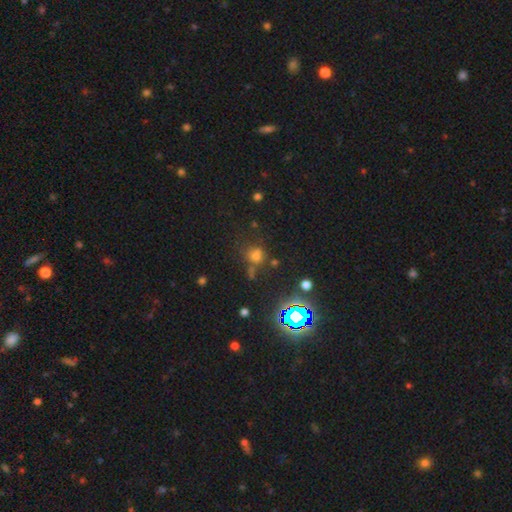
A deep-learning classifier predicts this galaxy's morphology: Smooth or featured? Predicted: smooth (p=0.55). How rounded? Predicted: round (p=0.76). Merging? Predicted: none (p=0.60).